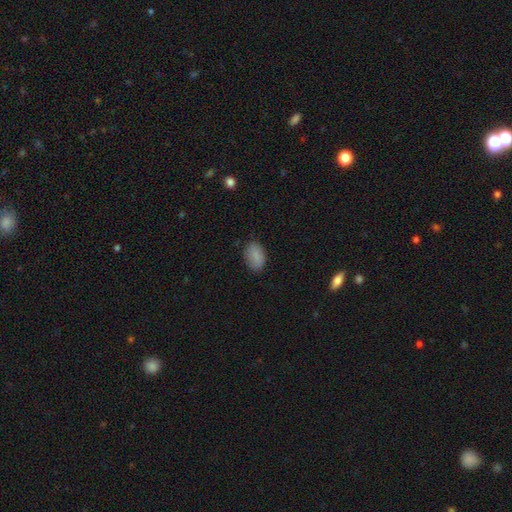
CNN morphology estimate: Overall: smooth (86%). How rounded: in between (90%). Merging: none (82%).